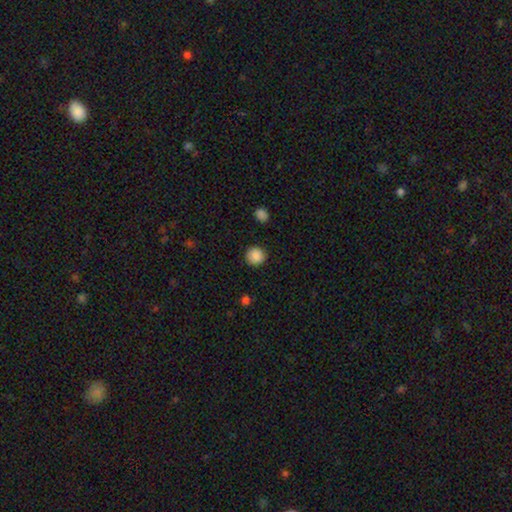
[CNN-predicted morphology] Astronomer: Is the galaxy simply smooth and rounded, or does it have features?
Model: smooth — 88%.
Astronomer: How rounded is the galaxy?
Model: round — 93%.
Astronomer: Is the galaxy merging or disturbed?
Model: none — 91%.